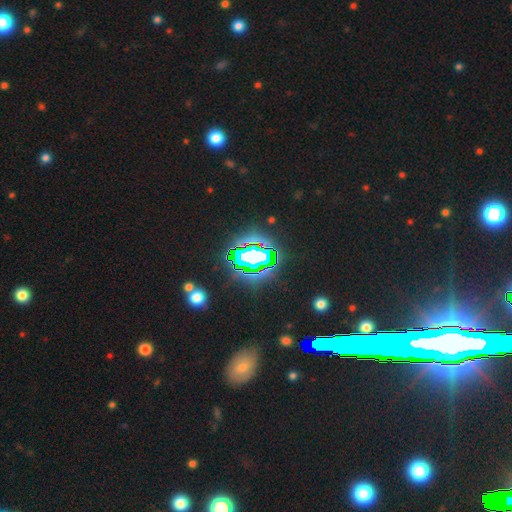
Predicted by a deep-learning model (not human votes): Morphology: type=star or artifact (76%).